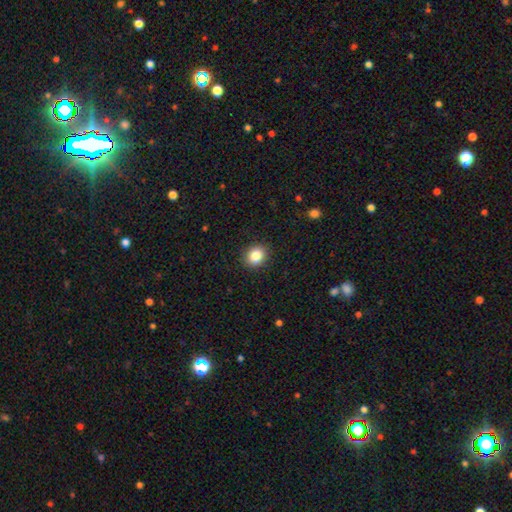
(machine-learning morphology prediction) Smooth or featured? smooth (85%)
How rounded? round (69%)
Merging? none (90%)